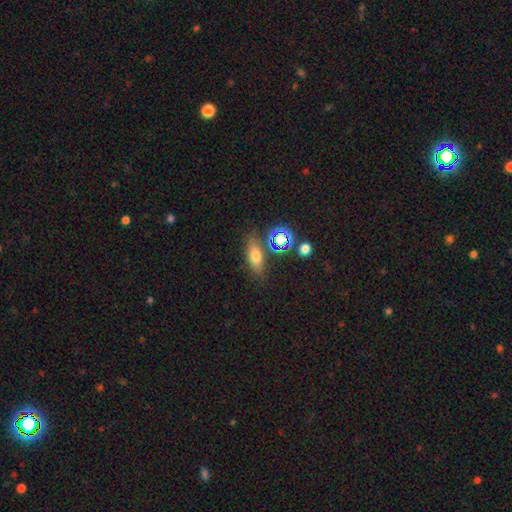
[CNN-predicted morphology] Overall: smooth (68%). How rounded: in between (67%). Merging: none (76%).